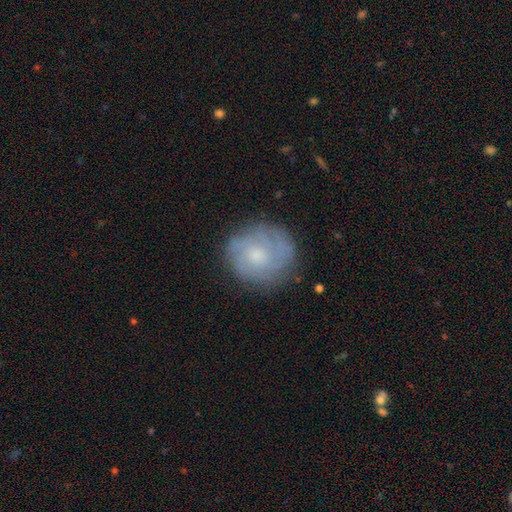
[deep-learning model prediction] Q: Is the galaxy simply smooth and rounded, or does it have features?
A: featured or disk — 53%.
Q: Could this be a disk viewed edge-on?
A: no — 97%.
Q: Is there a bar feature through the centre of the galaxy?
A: no — 76%.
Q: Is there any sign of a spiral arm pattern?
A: yes — 76%.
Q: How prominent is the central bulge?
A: moderate — 44%, tied with small.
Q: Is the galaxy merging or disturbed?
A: none — 77%.